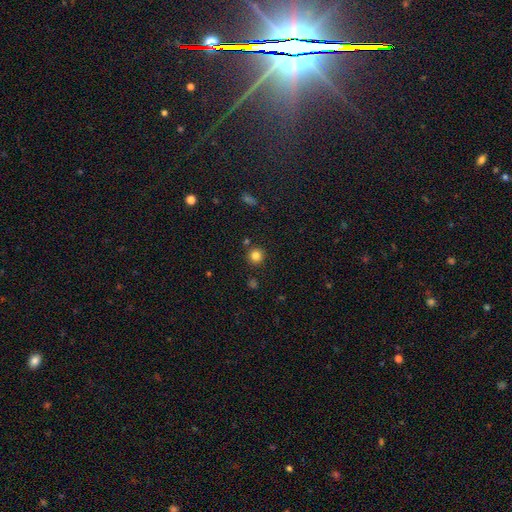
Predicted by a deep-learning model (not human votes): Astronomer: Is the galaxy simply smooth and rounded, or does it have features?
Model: smooth — 82%.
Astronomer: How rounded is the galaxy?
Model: round — 94%.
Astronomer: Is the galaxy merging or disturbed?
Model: none — 88%.